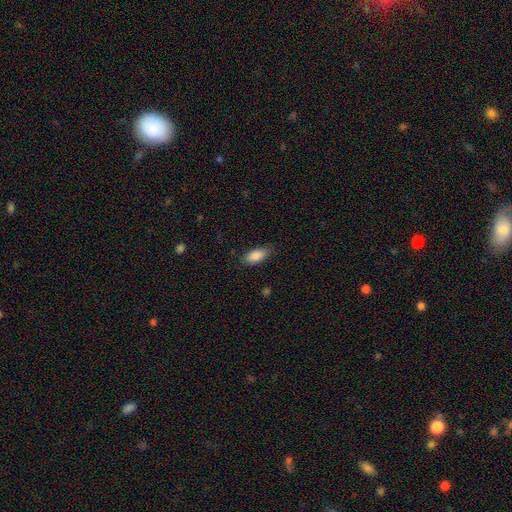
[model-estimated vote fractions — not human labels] Morphology: type=smooth (88%); roundness=in between (86%); merging=none (83%).